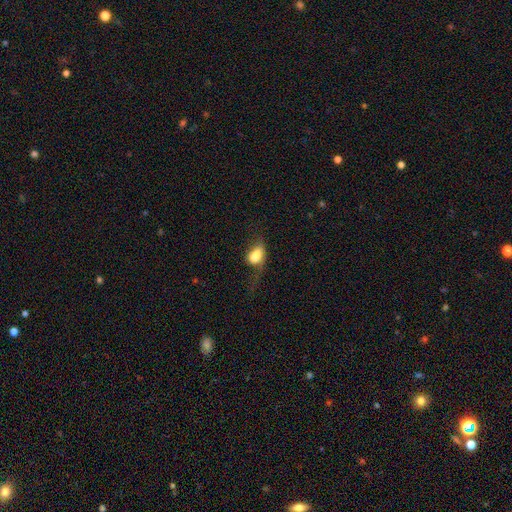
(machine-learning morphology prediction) type=smooth (73%); roundness=in between (85%); merging=major disturbance (43%).